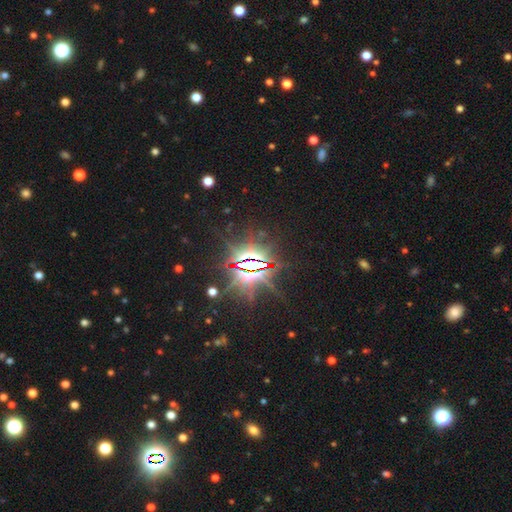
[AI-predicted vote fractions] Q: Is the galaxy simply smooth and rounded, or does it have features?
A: star or artifact — 85%.